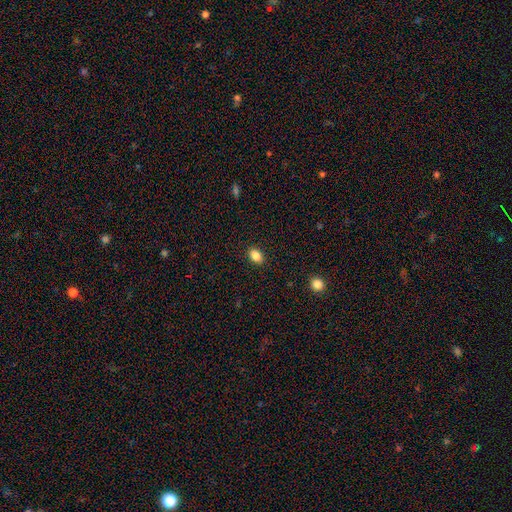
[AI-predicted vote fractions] Overall: smooth (86%). How rounded: in between (80%). Merging: none (90%).